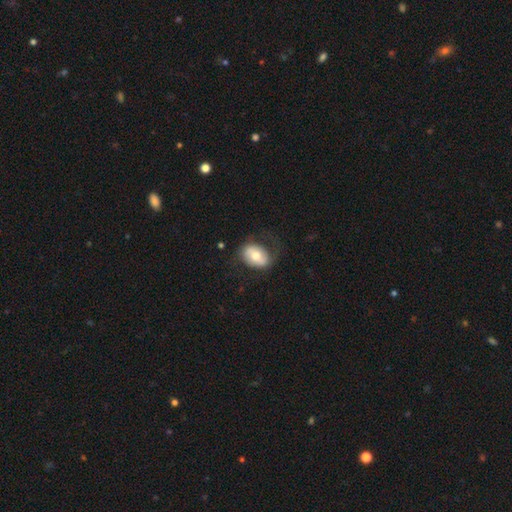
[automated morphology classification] Q: Smooth or featured?
A: smooth (60%); runner-up: featured or disk (33%)
Q: How rounded?
A: in between (75%); runner-up: round (24%)
Q: Merging?
A: none (65%); runner-up: minor disturbance (20%)